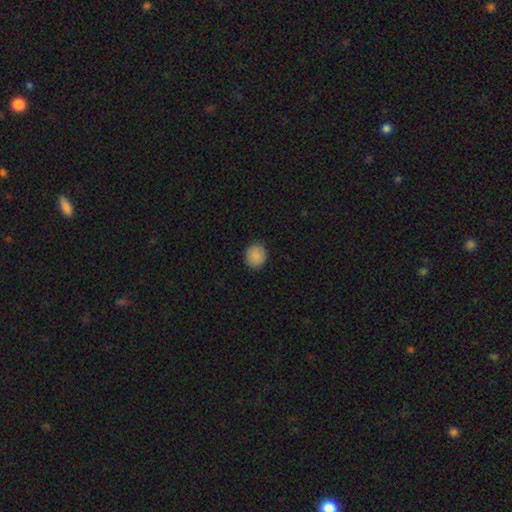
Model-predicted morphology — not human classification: A smooth galaxy with no disk features (89%) that is round (78%). Merging: none (90%).